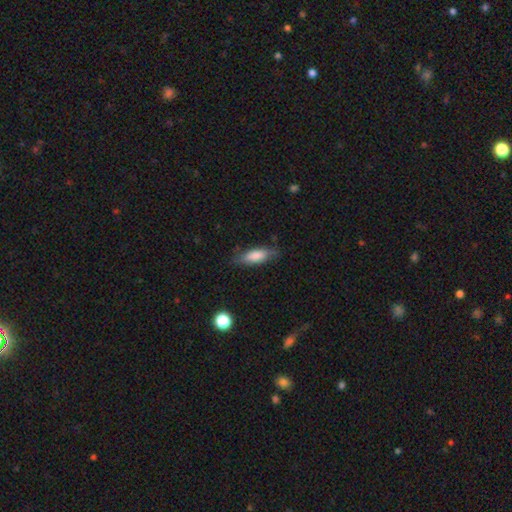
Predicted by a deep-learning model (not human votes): smooth 78%, featured or disk 15%, star or artifact 7%. Down the decision tree: how rounded — in between (63%); merging — none (74%).